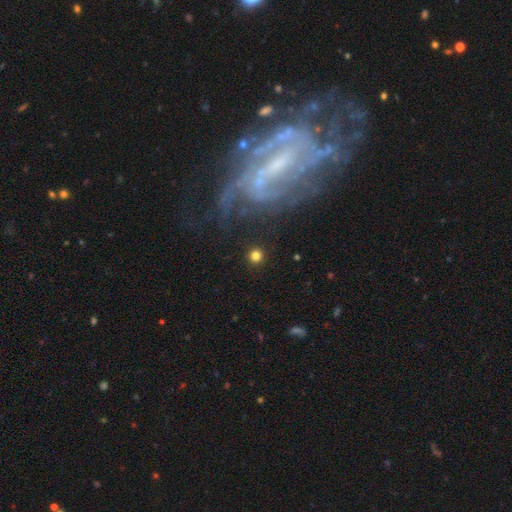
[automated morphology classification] type=smooth (79%); roundness=round (94%); merging=none (89%).